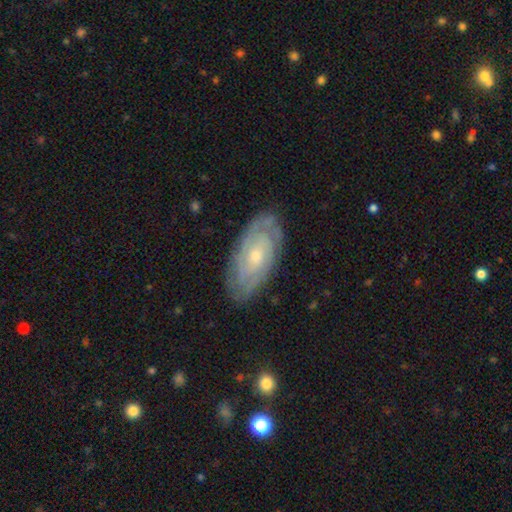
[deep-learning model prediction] Smooth or featured?
  - featured or disk: 79% *
  - smooth: 15%
  - star or artifact: 6%
Edge-on disk?
  - no: 92% *
  - yes: 8%
Bar?
  - no: 74% *
  - weak: 22%
  - strong: 4%
Spiral arms?
  - yes: 91% *
  - no: 9%
Spiral winding?
  - tight: 77% *
  - medium: 19%
  - loose: 5%
Spiral arm count?
  - can't tell: 45% *
  - 2: 25%
  - 3: 13%
  - 4: 8%
  - more than 4: 4%
  - 1: 4%
Bulge size?
  - small: 63% *
  - moderate: 33%
  - large: 1%
  - none: 1%
  - dominant: 1%
Merging?
  - none: 81% *
  - minor disturbance: 14%
  - major disturbance: 3%
  - merger: 1%